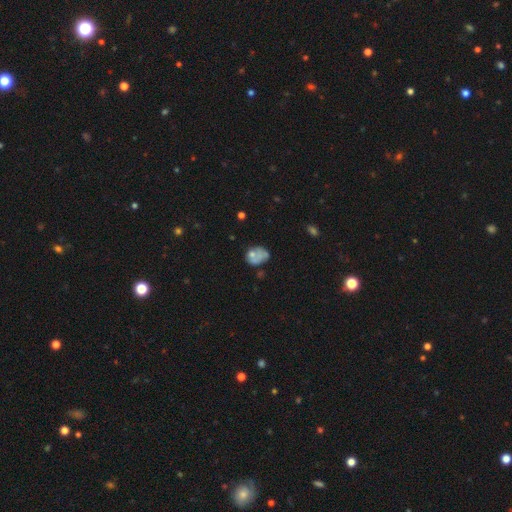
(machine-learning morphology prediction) Smooth or featured? Predicted: smooth (p=0.57). How rounded? Predicted: in between (p=0.56). Merging? Predicted: none (p=0.38).